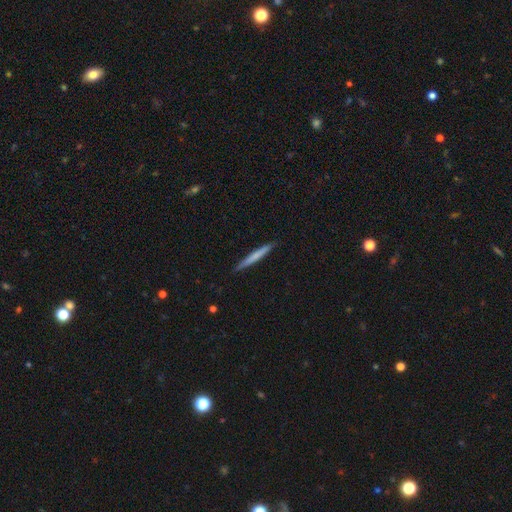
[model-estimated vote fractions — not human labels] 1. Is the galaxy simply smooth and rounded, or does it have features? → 63% smooth, 32% featured or disk, 5% star or artifact.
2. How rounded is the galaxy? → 97% cigar-shaped, 2% in between, 1% round.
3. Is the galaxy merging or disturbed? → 90% none, 8% minor disturbance, 1% major disturbance, 1% merger.